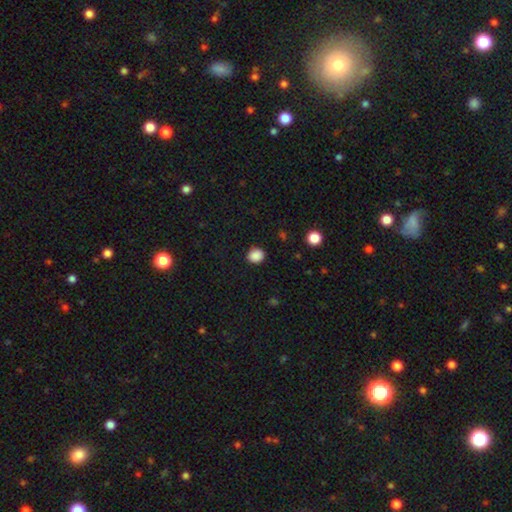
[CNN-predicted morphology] smooth-or-featured: smooth: 87% | star or artifact: 10% | featured or disk: 3%
  how-rounded: round: 76% | in between: 23% | cigar-shaped: 1%
  merging: none: 88% | minor disturbance: 8% | major disturbance: 2% | merger: 1%